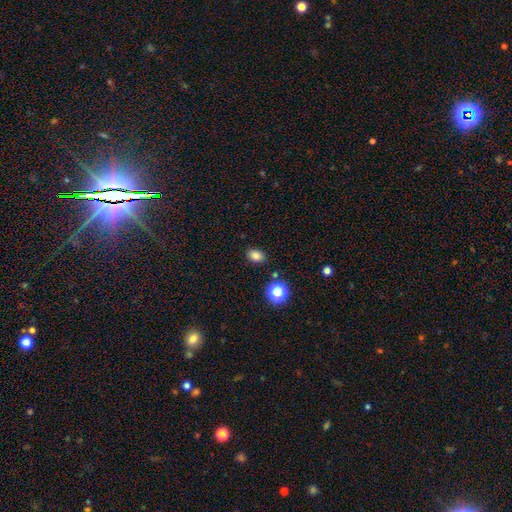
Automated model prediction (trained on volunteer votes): Morphology: type=smooth (81%); roundness=in between (75%); merging=none (86%).